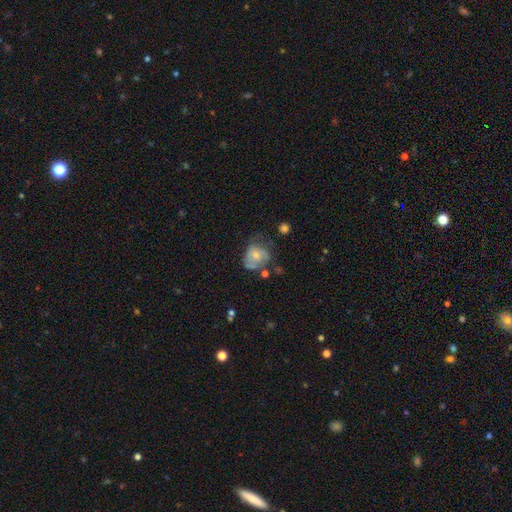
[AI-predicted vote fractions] Morphology: type=smooth (51%); roundness=round (56%); merging=none (33%).